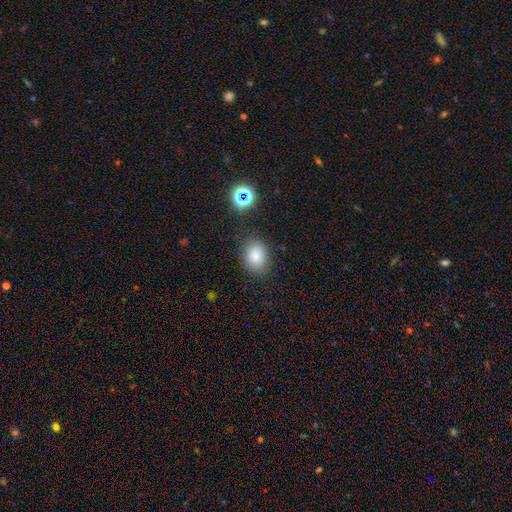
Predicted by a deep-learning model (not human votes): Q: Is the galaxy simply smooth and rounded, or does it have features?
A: smooth — 81%.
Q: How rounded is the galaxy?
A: in between — 62%.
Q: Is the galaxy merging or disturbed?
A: none — 80%.